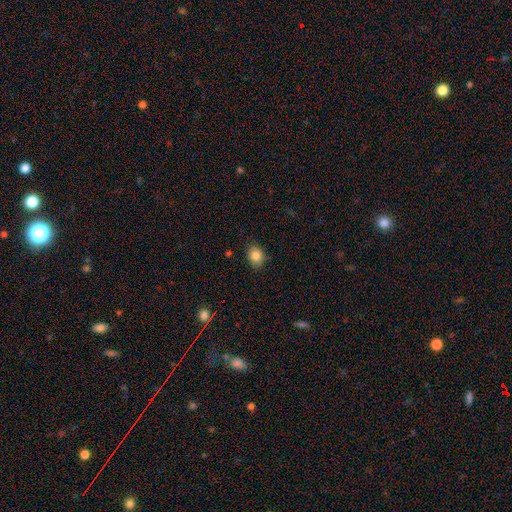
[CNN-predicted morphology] smooth-or-featured: smooth: 86% | star or artifact: 9% | featured or disk: 5%
  how-rounded: in between: 52% | round: 47% | cigar-shaped: 1%
  merging: none: 81% | minor disturbance: 15% | major disturbance: 3% | merger: 1%